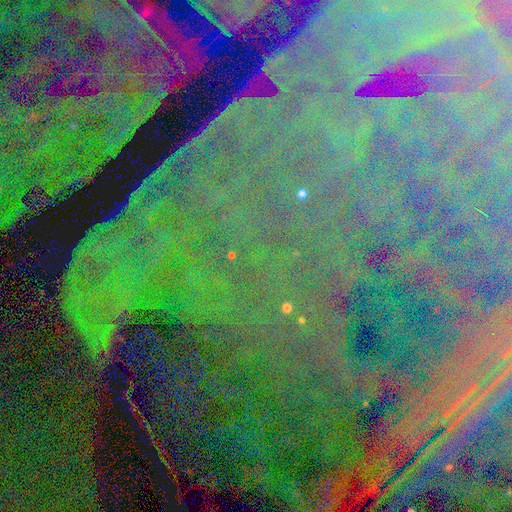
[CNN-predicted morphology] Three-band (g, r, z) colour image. It shows a star or artifact, not a galaxy (84%).